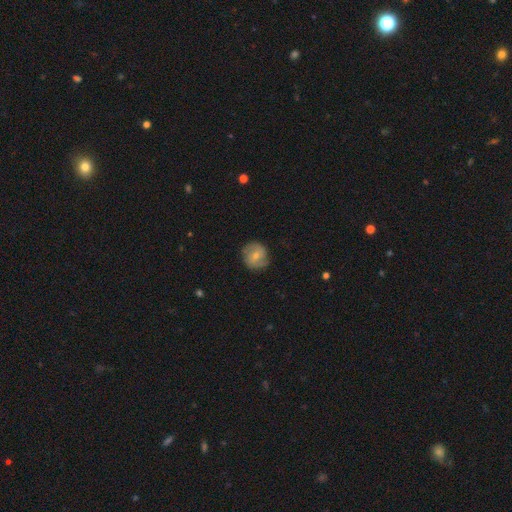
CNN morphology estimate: This is possibly a smooth galaxy (50%). Merging: likely none (76%).